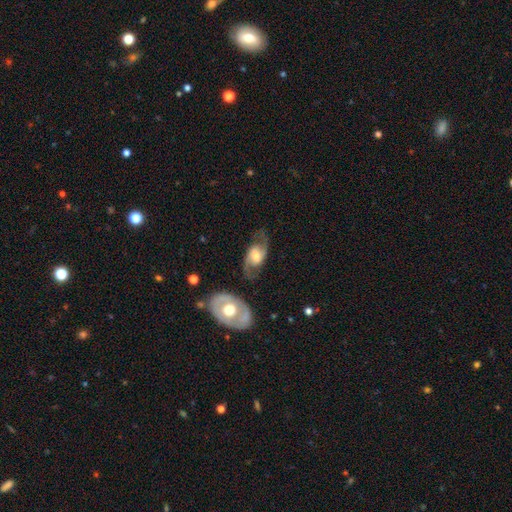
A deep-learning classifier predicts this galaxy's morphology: This is likely a featured or disk galaxy (80%). It is clearly not viewed edge-on (96%). Bar: marginally weak (43%). Spiral arm pattern: clearly yes (92%). Spiral arm count: clearly 2 (90%). Spiral winding: possibly medium (47%). Central bulge: possibly moderate (57%). Merging: likely none (67%).